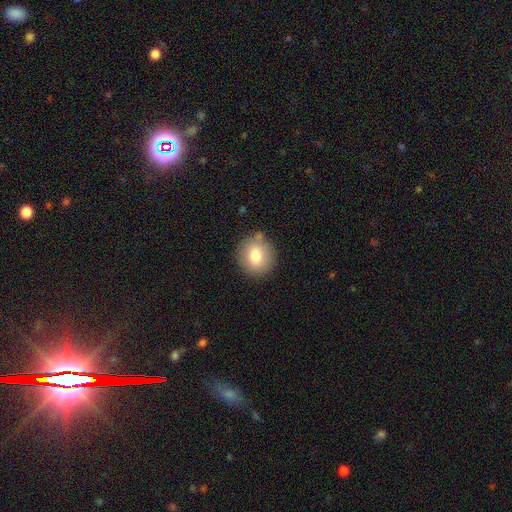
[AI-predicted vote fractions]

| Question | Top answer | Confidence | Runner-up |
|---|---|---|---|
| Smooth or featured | smooth | 79% | featured or disk (12%) |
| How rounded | round | 87% | in between (12%) |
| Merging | none | 82% | minor disturbance (11%) |